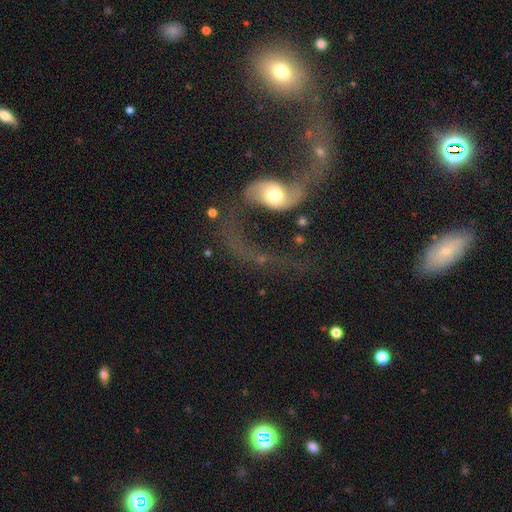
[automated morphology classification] featured or disk 84%, star or artifact 8%, smooth 8%. Down the decision tree: edge-on disk — no (95%); bar — no (44%); spiral arms — yes (91%); spiral arm count — 2 (92%); spiral winding — loose (79%); bulge size — moderate (55%); merging — none (41%).